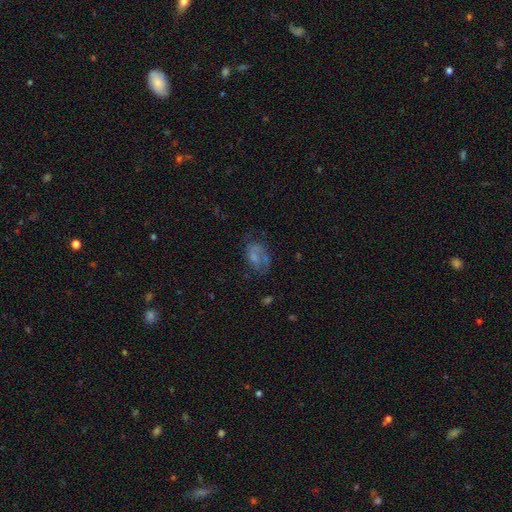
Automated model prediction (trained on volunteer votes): The model was most divided on "smooth or featured" (2-way tie): featured or disk: 43%, smooth: 43%, star or artifact: 14%. Remaining: merging — none (39%).